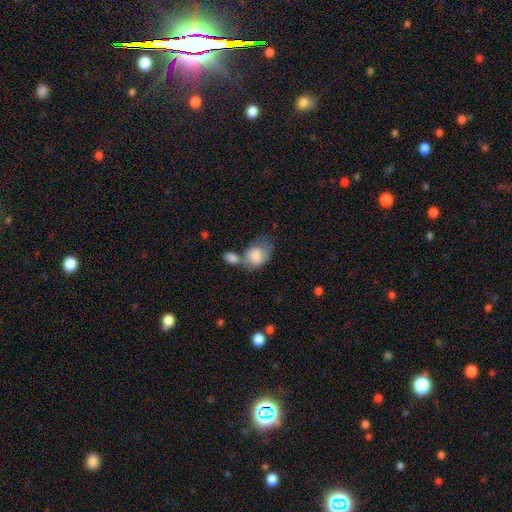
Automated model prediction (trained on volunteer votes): Smooth or featured: smooth — 78% (featured or disk — 15%)
How rounded: in between — 79% (round — 20%)
Merging: merger — 46% (none — 23%)